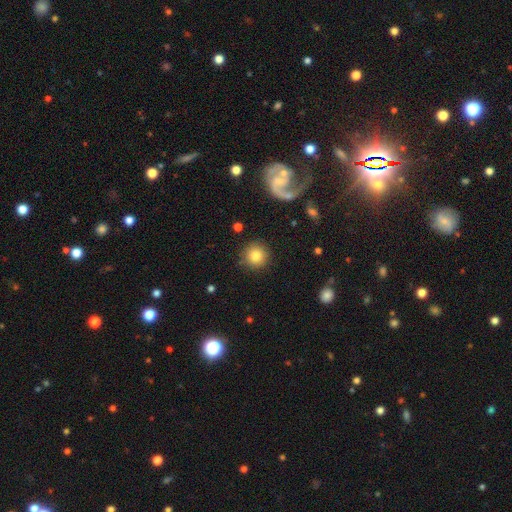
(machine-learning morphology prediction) Smooth or featured? smooth (79%)
How rounded? round (95%)
Merging? none (89%)